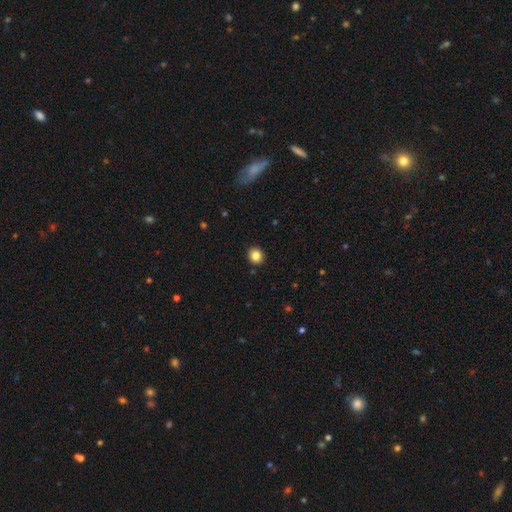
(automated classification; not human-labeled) This is clearly a smooth galaxy (85%). How rounded: clearly round (85%). Merging: clearly none (91%).